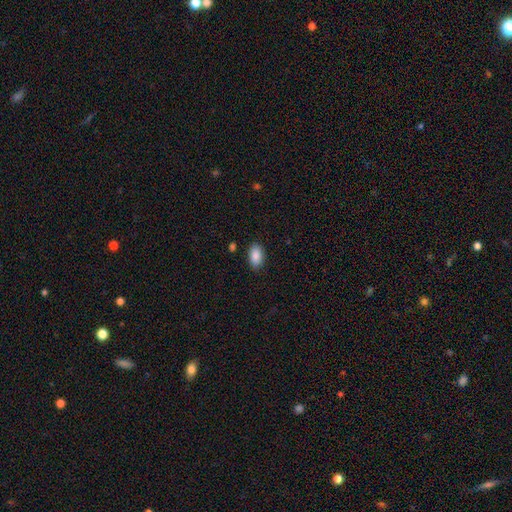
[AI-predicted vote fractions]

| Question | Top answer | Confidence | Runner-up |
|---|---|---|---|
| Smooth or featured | smooth | 88% | star or artifact (7%) |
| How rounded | in between | 93% | round (5%) |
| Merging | none | 87% | minor disturbance (9%) |